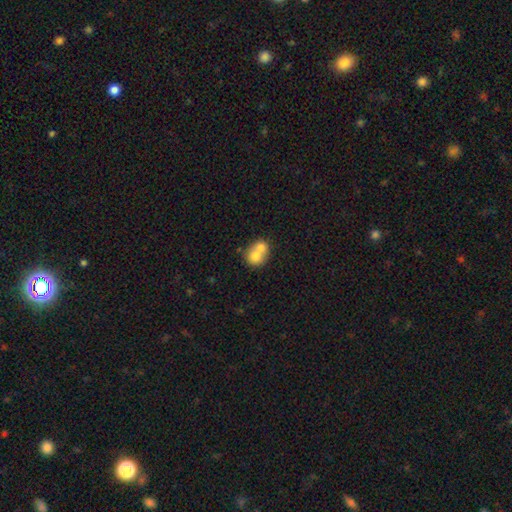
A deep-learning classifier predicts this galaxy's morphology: Smooth or featured? Predicted: smooth (p=0.70). How rounded? Predicted: round (p=0.73). Merging? Predicted: merger (p=0.69).